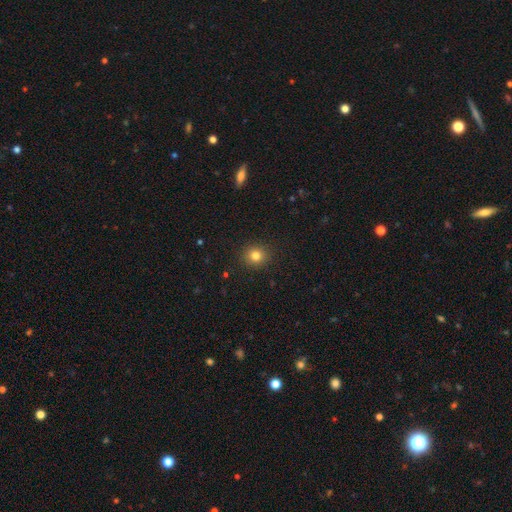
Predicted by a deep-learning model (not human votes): Smooth or featured? smooth (81%)
How rounded? round (85%)
Merging? none (91%)